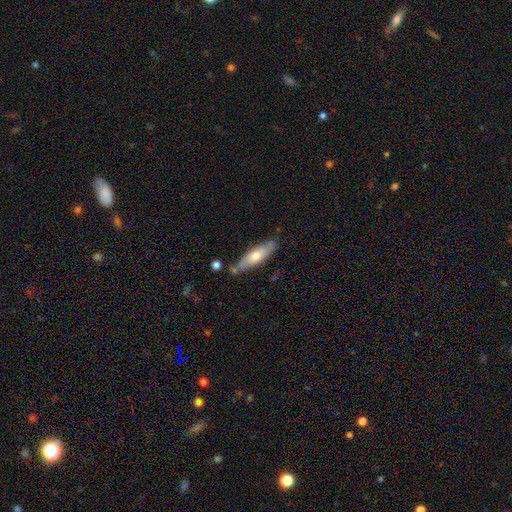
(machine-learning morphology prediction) smooth 57%, featured or disk 37%, star or artifact 6%. Down the decision tree: how rounded — cigar-shaped (62%); merging — none (73%).